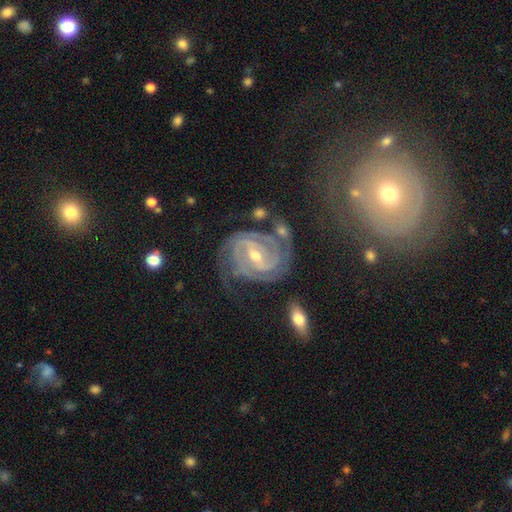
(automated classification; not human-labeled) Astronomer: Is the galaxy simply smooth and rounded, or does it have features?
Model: featured or disk — 91%.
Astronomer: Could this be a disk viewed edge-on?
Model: no — 97%.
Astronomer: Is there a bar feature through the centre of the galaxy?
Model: strong — 46% (runner-up: weak, 41%).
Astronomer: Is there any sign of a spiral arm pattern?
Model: yes — 98%.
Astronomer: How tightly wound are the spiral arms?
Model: tight — 70%.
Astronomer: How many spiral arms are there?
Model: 2 — 35% (runner-up: 3, 31%).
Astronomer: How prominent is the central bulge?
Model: moderate — 50% (runner-up: small, 47%).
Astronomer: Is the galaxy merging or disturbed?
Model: none — 65%.